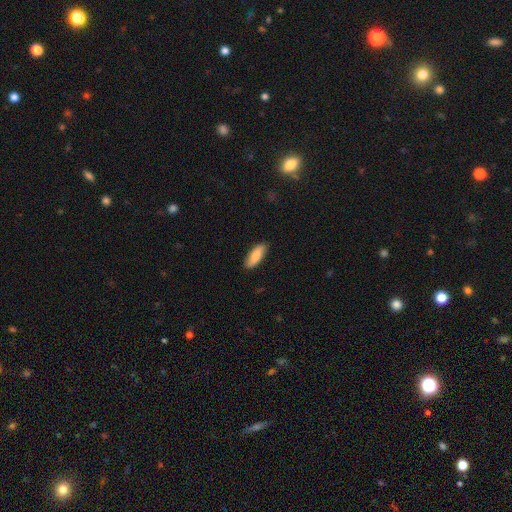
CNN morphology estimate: Overall: smooth (84%). How rounded: in between (70%). Merging: none (87%).